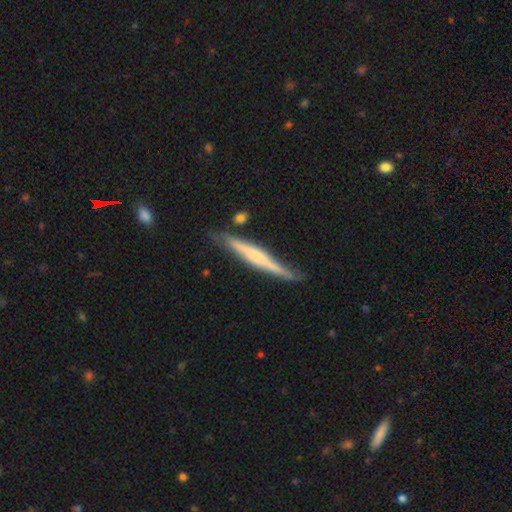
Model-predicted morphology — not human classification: smooth_or_featured: featured or disk (p=0.64) [alt: smooth p=0.30]
disk_edge_on: yes (p=0.95) [alt: no p=0.05]
edge_on_bulge: rounded (p=0.61) [alt: none p=0.26]
merging: none (p=0.73) [alt: minor disturbance p=0.19]